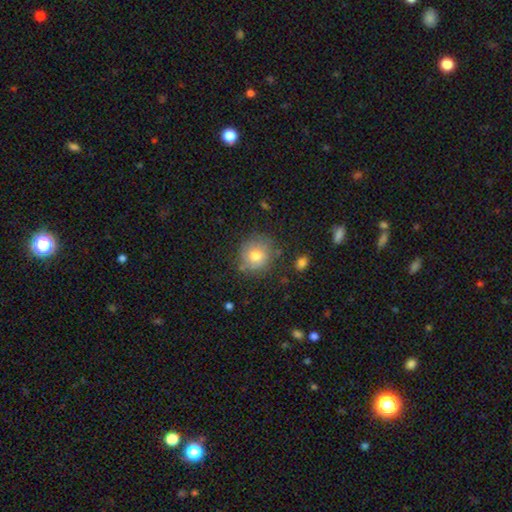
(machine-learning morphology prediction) A smooth galaxy with no disk features (75%) that is round (88%). Merging: none (77%).